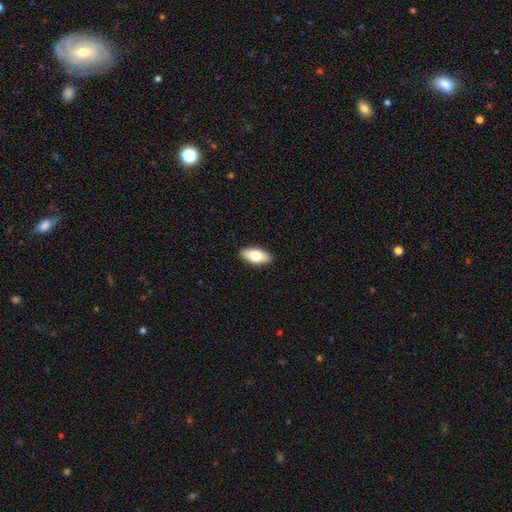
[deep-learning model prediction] smooth_or_featured: smooth (p=0.76) [alt: featured or disk p=0.18]
how_rounded: in between (p=0.90) [alt: cigar-shaped p=0.07]
merging: none (p=0.91) [alt: minor disturbance p=0.07]